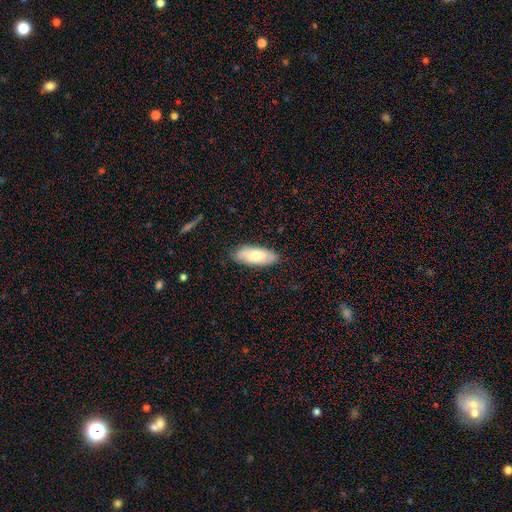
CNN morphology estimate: type=smooth (73%); roundness=in between (81%); merging=none (84%).